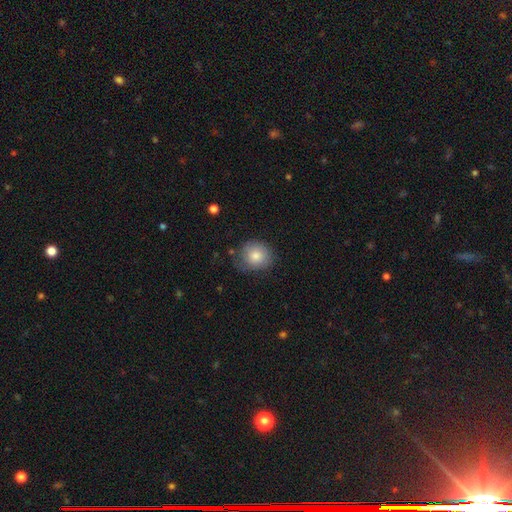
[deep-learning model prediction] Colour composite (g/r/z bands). It shows a smooth galaxy with no disk features (77%) that is round (79%). Merging: none (65%).